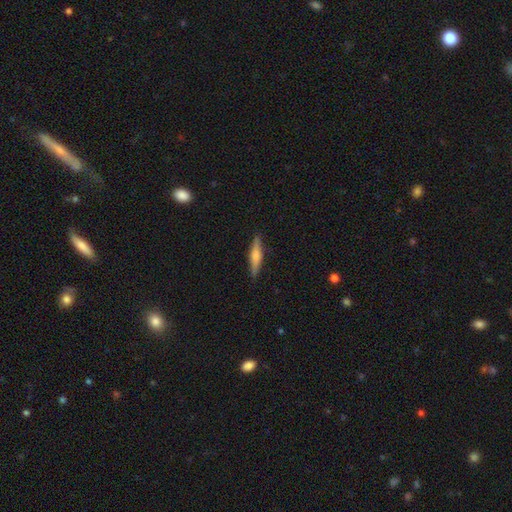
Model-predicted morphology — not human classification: Smooth or featured: smooth — 54% (featured or disk — 40%)
How rounded: cigar-shaped — 80% (in between — 18%)
Merging: none — 88% (minor disturbance — 9%)